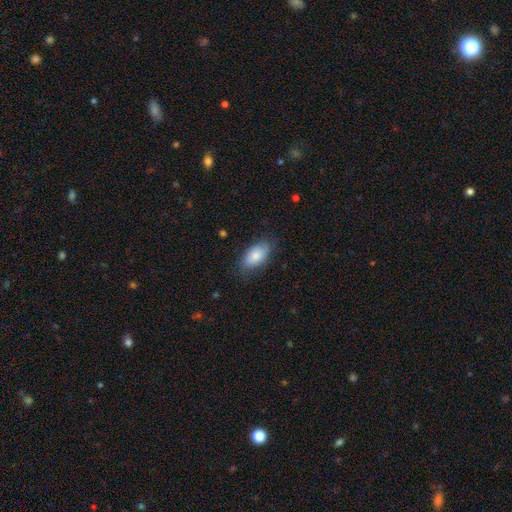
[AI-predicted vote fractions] This appears to be a smooth galaxy with no disk features (84%) that is in between round and cigar-shaped (93%). Merging: none (77%).